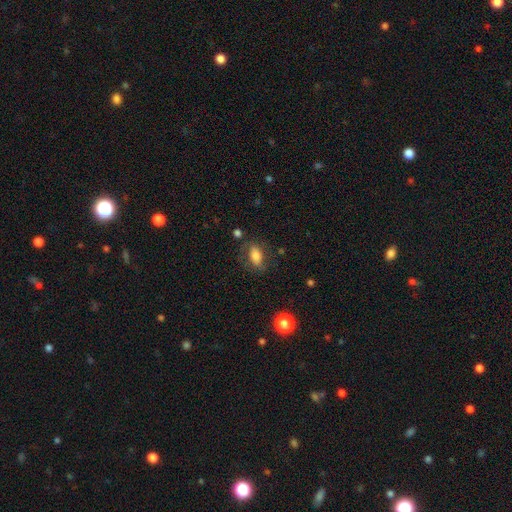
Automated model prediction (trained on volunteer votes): smooth 71%, featured or disk 21%, star or artifact 9%. Down the decision tree: how rounded — in between (85%); merging — none (69%).